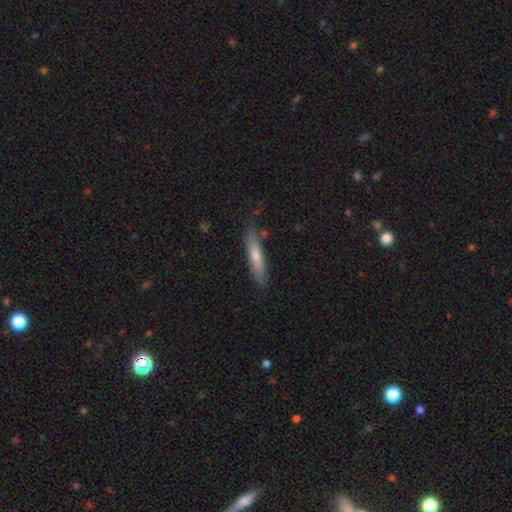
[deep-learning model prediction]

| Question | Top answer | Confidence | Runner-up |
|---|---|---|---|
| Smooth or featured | smooth | 60% | featured or disk (34%) |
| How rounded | cigar-shaped | 89% | in between (9%) |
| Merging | none | 77% | minor disturbance (17%) |